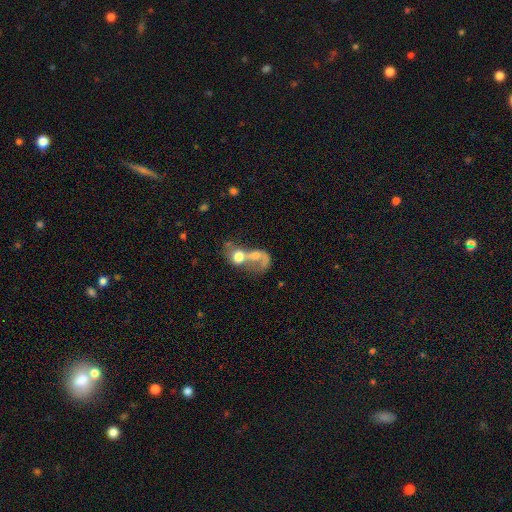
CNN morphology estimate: Smooth or featured: smooth — 46% (featured or disk — 44%)
Merging: merger — 80% (major disturbance — 10%)